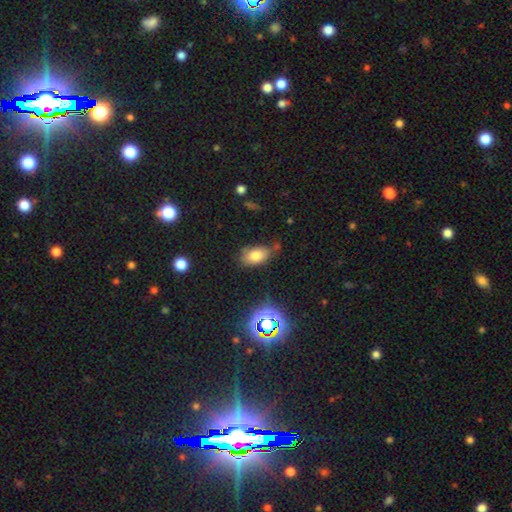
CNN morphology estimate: Overall: smooth (76%). How rounded: in between (90%). Merging: none (66%).